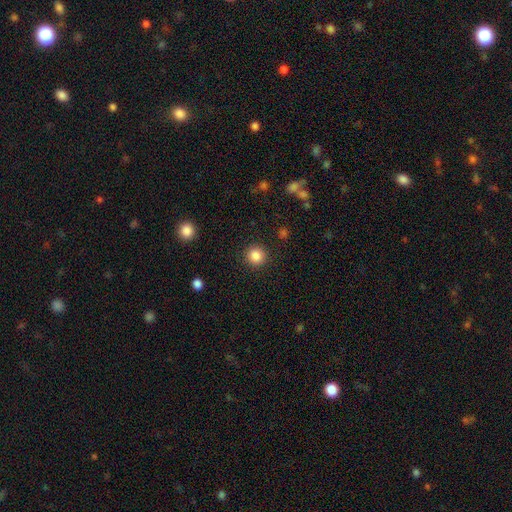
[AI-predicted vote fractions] Smooth or featured? smooth (86%)
How rounded? round (93%)
Merging? none (91%)